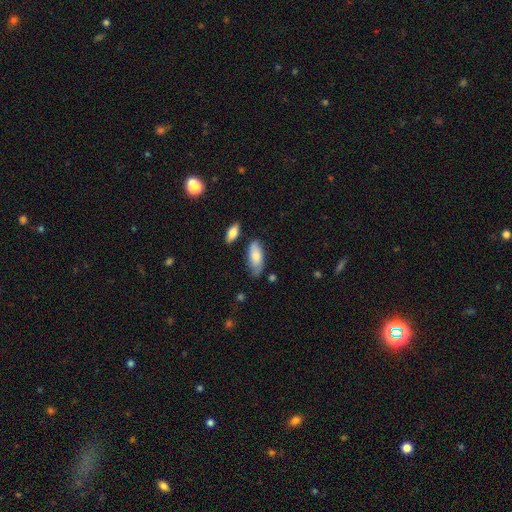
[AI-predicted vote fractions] A smooth galaxy with no disk features (75%) that is in between round and cigar-shaped (85%). Merging: none (68%).